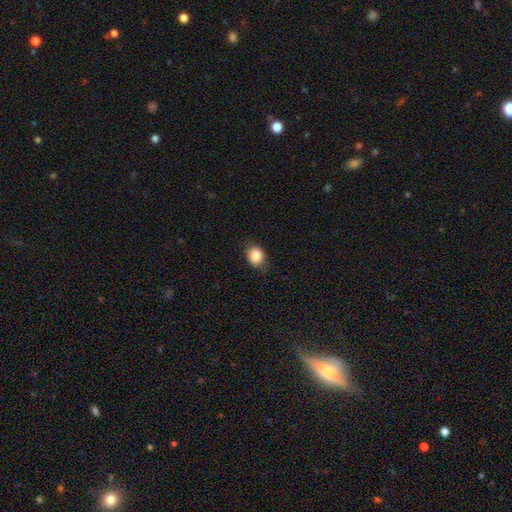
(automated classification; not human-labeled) smooth-or-featured: smooth: 86% | star or artifact: 8% | featured or disk: 5%
  how-rounded: round: 50% | in between: 49% | cigar-shaped: 1%
  merging: none: 78% | minor disturbance: 18% | major disturbance: 4% | merger: 1%